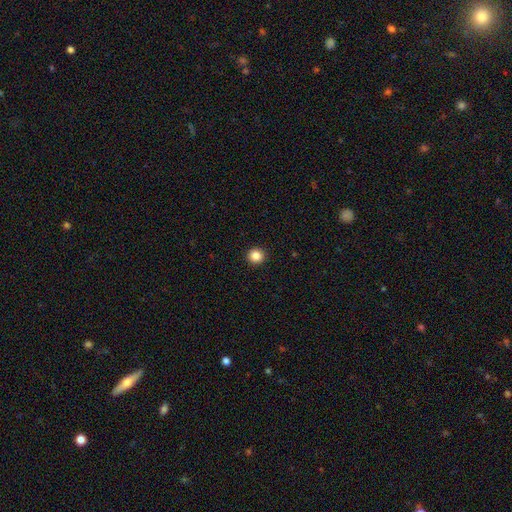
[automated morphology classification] type=smooth (85%); roundness=round (94%); merging=none (94%).